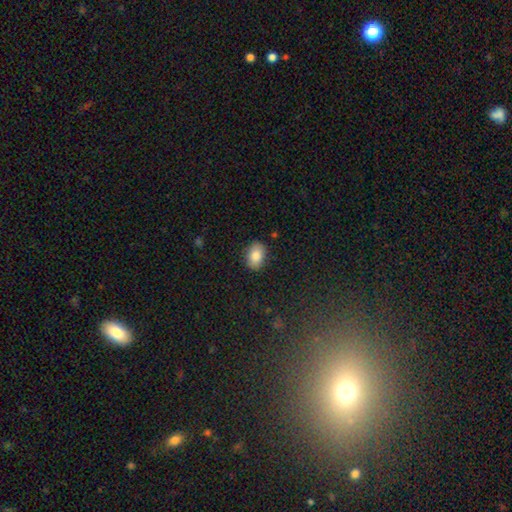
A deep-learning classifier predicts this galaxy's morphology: The model was most divided on "how rounded": in between: 78%, round: 21%, cigar-shaped: 1%. More confident: merging — none (87%); smooth or featured — smooth (84%).